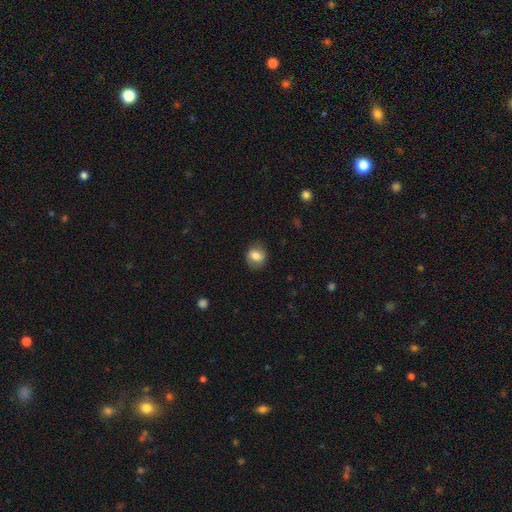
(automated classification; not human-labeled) This appears to be a smooth galaxy with no disk features (74%) that is round (60%). Merging: none (80%).